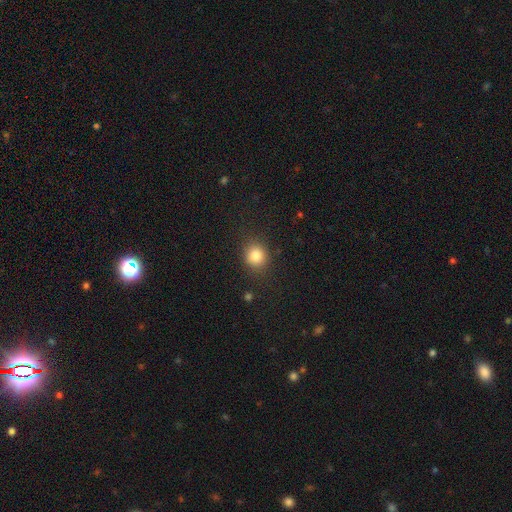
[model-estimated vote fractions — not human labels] smooth 82%, star or artifact 11%, featured or disk 6%. Down the decision tree: how rounded — round (81%); merging — none (85%).